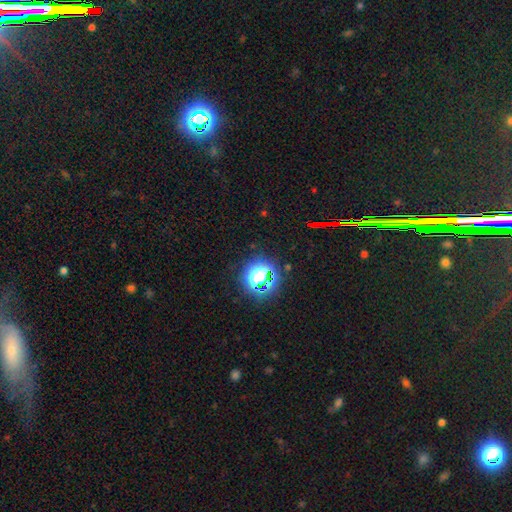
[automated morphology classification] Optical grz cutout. It shows a star or artifact, not a galaxy (80%).